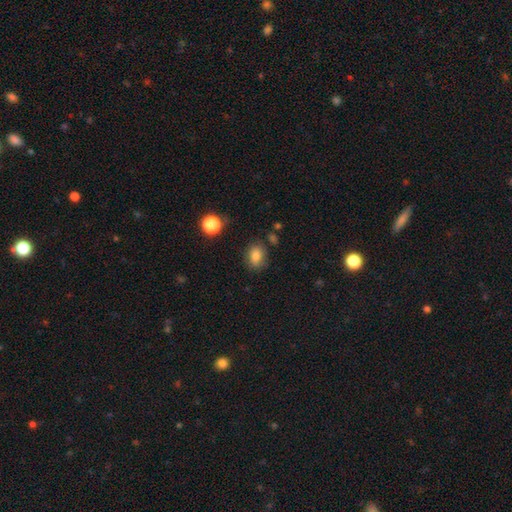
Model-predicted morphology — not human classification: smooth-or-featured: smooth: 81% | star or artifact: 11% | featured or disk: 8%
  how-rounded: in between: 64% | round: 34% | cigar-shaped: 1%
  merging: none: 78% | minor disturbance: 15% | major disturbance: 4% | merger: 3%